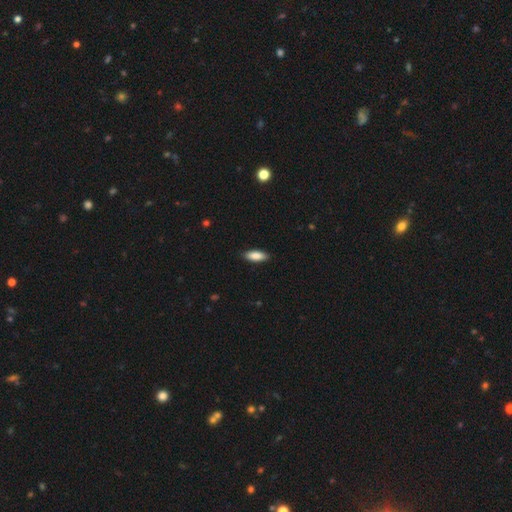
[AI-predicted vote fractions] Overall: smooth (87%). How rounded: in between (73%). Merging: none (88%).